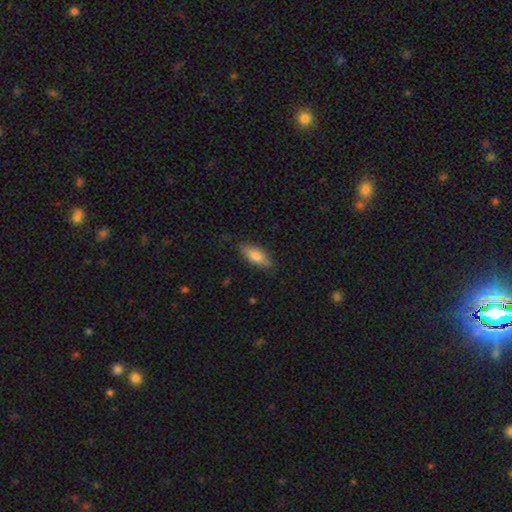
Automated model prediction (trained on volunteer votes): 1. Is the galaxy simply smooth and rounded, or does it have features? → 76% smooth, 17% featured or disk, 7% star or artifact.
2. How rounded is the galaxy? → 73% in between, 24% cigar-shaped, 2% round.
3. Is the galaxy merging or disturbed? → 81% none, 15% minor disturbance, 3% major disturbance, 1% merger.